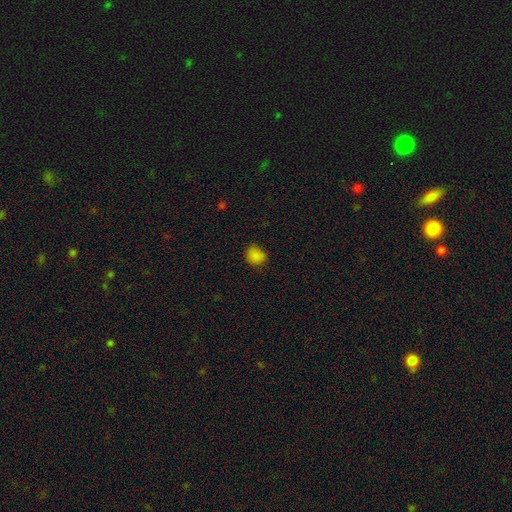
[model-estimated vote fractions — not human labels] This is clearly a smooth galaxy (82%). How rounded: likely round (71%). Merging: likely none (80%).